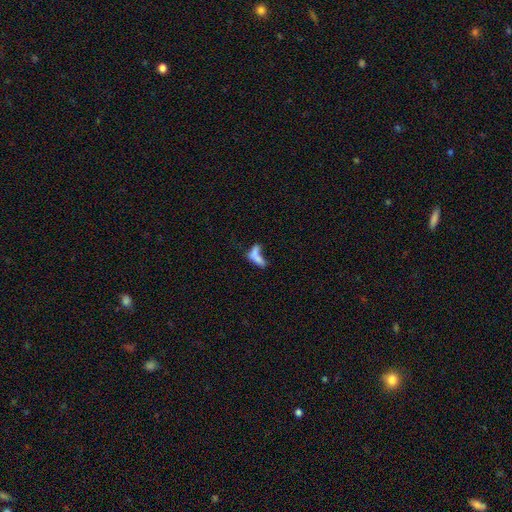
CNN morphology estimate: This appears to be a smooth galaxy with no disk features (65%) that is in between round and cigar-shaped (61%). Merging: merger (51%).